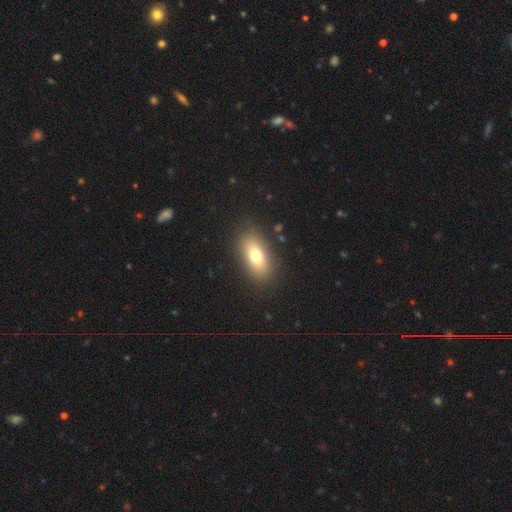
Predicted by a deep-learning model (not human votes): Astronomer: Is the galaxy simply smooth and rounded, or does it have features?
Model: smooth — 74%.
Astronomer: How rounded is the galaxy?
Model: in between — 85%.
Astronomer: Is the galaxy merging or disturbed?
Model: none — 86%.